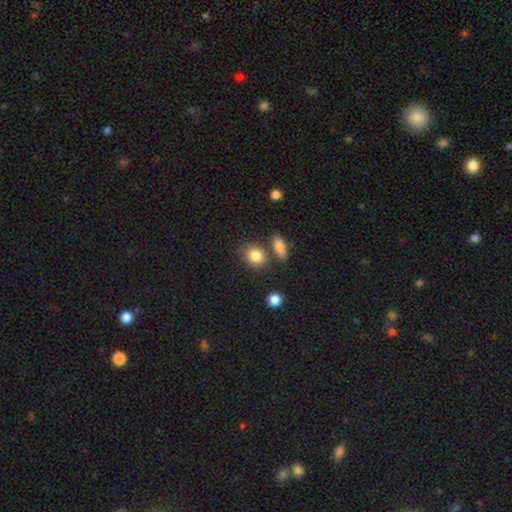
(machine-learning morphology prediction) This appears to be a smooth galaxy with no disk features (85%) that is round (53%). Merging: none (68%).